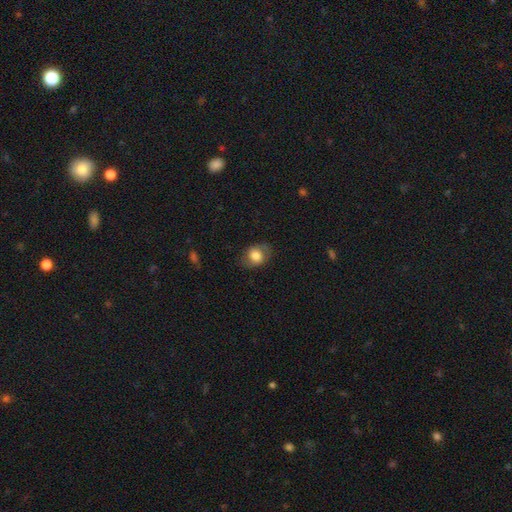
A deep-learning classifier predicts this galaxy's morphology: type=smooth (77%); roundness=in between (54%); merging=none (73%).